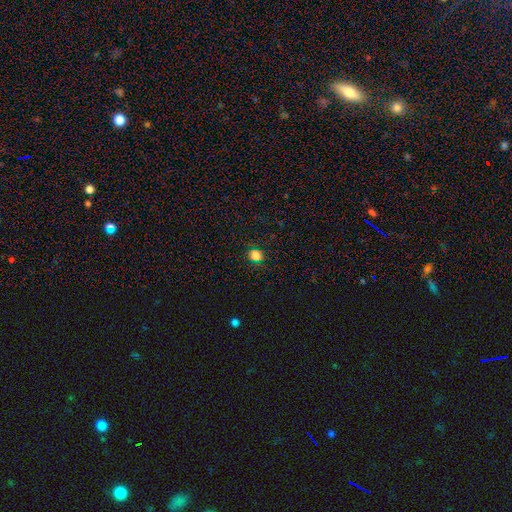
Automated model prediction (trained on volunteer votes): smooth-or-featured: smooth: 74% | star or artifact: 21% | featured or disk: 5%
  how-rounded: round: 76% | in between: 23% | cigar-shaped: 1%
  merging: none: 85% | minor disturbance: 10% | major disturbance: 3% | merger: 1%